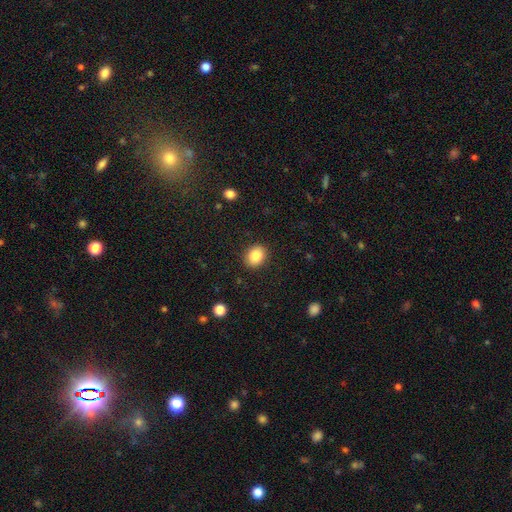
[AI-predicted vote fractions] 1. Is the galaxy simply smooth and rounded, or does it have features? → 86% smooth, 9% star or artifact, 6% featured or disk.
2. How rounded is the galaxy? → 50% round, 49% in between, 1% cigar-shaped.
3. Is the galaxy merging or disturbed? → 89% none, 8% minor disturbance, 2% major disturbance, 1% merger.